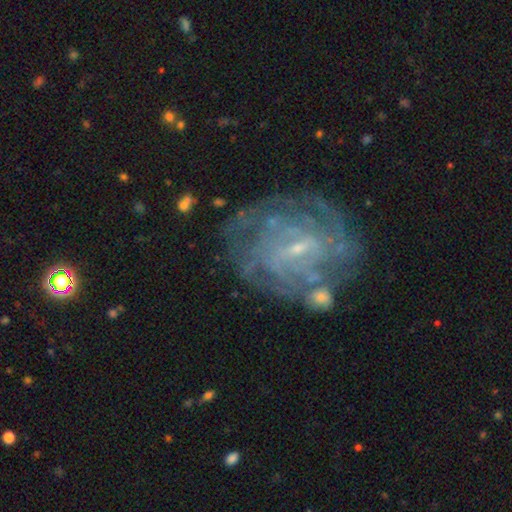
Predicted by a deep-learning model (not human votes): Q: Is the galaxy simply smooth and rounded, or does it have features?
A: featured or disk — 78%.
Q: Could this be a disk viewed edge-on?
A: no — 97%.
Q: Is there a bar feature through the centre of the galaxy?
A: weak — 53%.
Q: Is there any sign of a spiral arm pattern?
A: yes — 82%.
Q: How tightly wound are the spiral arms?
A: tight — 62%.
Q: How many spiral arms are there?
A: can't tell — 52%.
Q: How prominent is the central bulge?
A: small — 78%.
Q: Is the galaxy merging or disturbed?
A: none — 68%.